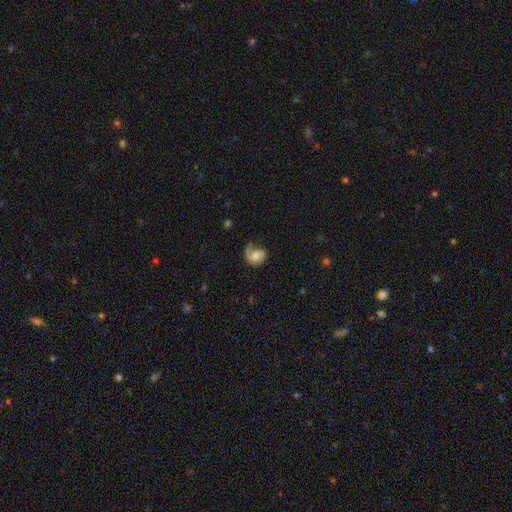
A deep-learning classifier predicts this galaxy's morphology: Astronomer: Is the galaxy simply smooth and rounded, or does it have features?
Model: featured or disk — 52% (runner-up: smooth, 40%).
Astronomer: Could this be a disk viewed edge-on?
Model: no — 97%.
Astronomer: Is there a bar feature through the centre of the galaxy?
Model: no — 69%.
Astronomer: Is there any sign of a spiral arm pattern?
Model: yes — 86%.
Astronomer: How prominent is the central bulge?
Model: moderate — 31% (runner-up: small, 27%).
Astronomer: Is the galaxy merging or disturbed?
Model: none — 42% (runner-up: major disturbance, 30%).